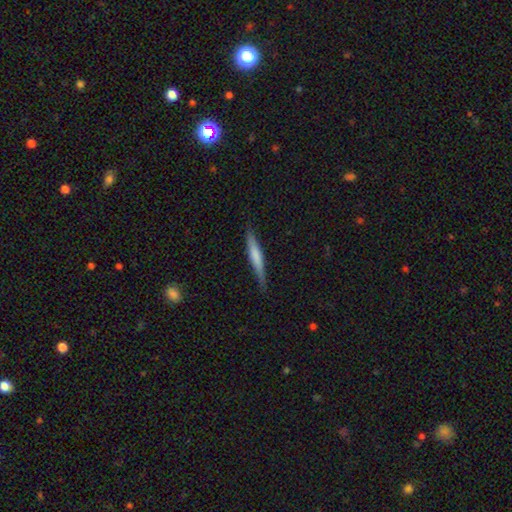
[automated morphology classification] Smooth or featured: smooth — 59% (featured or disk — 35%)
How rounded: cigar-shaped — 93% (in between — 6%)
Merging: none — 84% (minor disturbance — 13%)